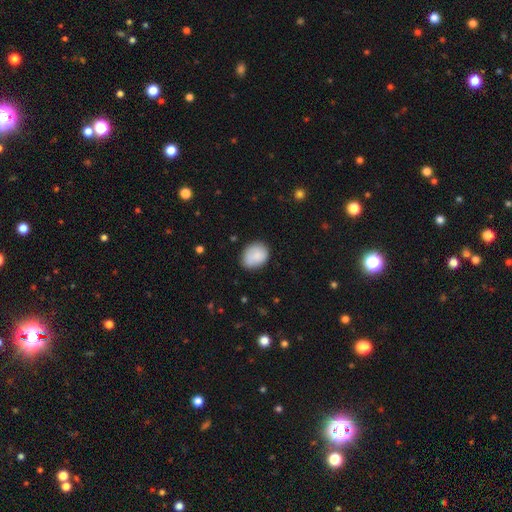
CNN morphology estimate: The model was most divided on "how rounded": in between: 54%, round: 45%, cigar-shaped: 1%. More confident: smooth or featured — smooth (85%); merging — none (77%).